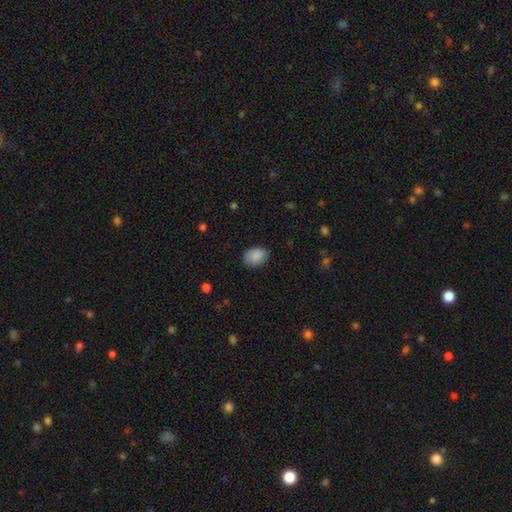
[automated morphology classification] Smooth or featured? Predicted: smooth (p=0.89). How rounded? Predicted: in between (p=0.73). Merging? Predicted: none (p=0.82).